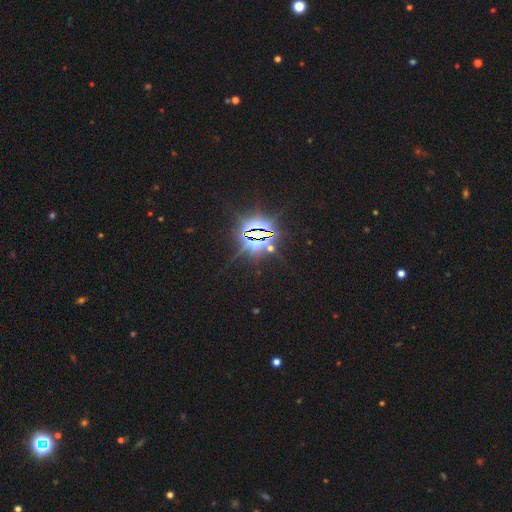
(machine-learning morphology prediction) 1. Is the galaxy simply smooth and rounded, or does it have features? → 88% star or artifact, 7% smooth, 6% featured or disk.